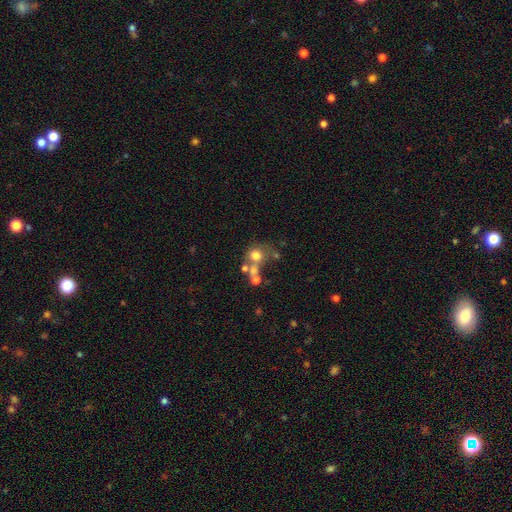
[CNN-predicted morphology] The model was most divided on "merging": merger: 43%, none: 37%, minor disturbance: 10%, major disturbance: 10%. More confident: how rounded — round (77%); smooth or featured — smooth (61%).